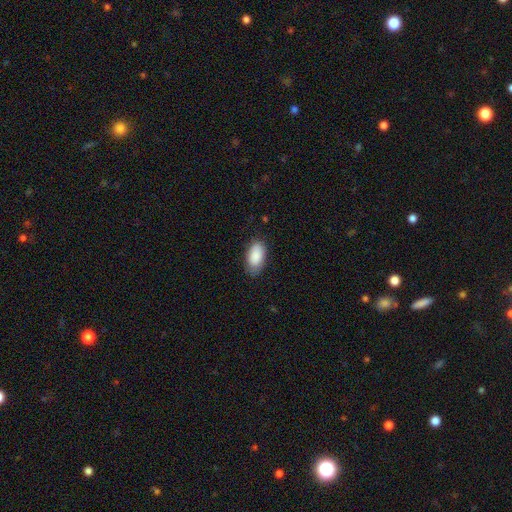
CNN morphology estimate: smooth_or_featured: smooth (p=0.89) [alt: star or artifact p=0.06]
how_rounded: in between (p=0.94) [alt: round p=0.03]
merging: none (p=0.78) [alt: minor disturbance p=0.18]